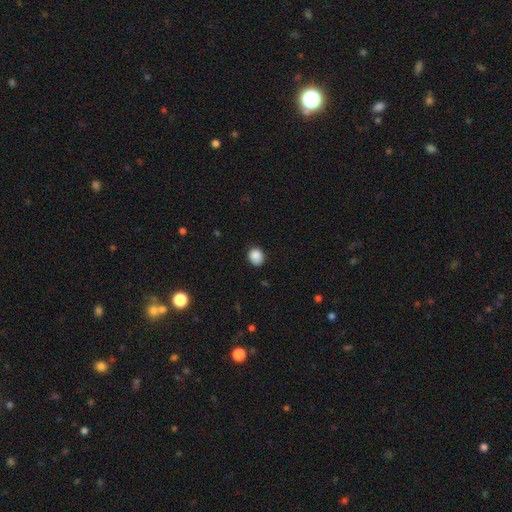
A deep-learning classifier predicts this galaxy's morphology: A smooth galaxy with no disk features (88%) that is round (70%).

Vote fractions:
- Smooth or featured? smooth: 88% / star or artifact: 9% / featured or disk: 3%
- How rounded? round: 70% / in between: 30% / cigar-shaped: 1%
- Merging? none: 82% / minor disturbance: 14% / major disturbance: 3% / merger: 1%